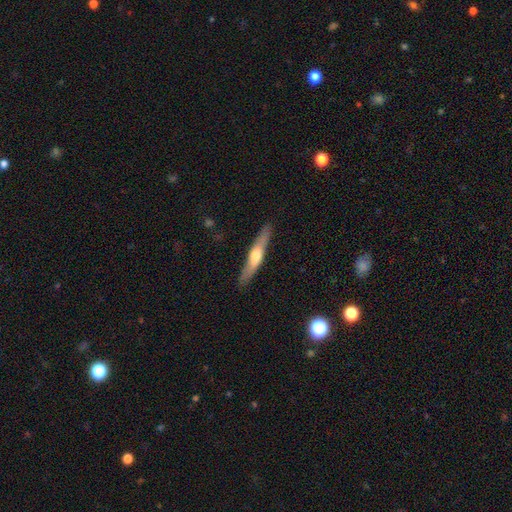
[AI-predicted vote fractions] Q: Smooth or featured?
A: featured or disk (50%); runner-up: smooth (45%)
Q: Merging?
A: none (88%); runner-up: minor disturbance (9%)